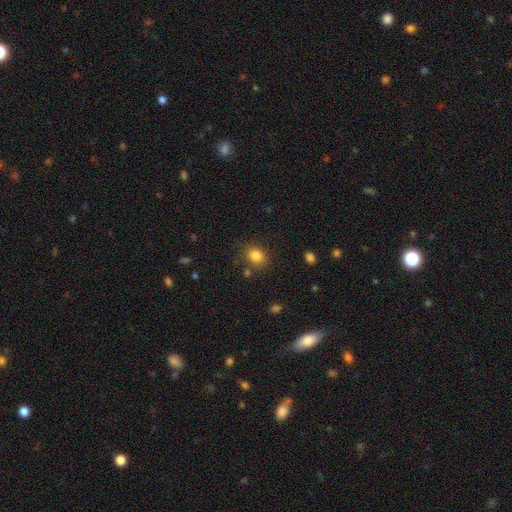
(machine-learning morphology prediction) type=smooth (83%); roundness=round (61%); merging=none (79%).